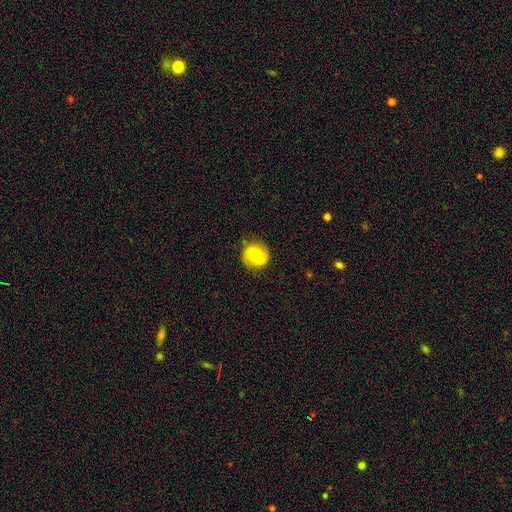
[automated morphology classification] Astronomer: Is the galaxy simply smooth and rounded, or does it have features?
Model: smooth — 53% (runner-up: featured or disk, 40%).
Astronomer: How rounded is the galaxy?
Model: round — 85%.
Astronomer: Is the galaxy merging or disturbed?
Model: none — 83%.